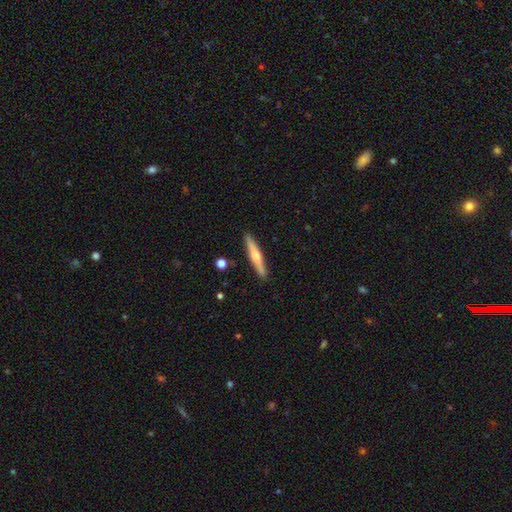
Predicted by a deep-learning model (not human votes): Morphology: type=featured or disk (49%); merging=none (90%).